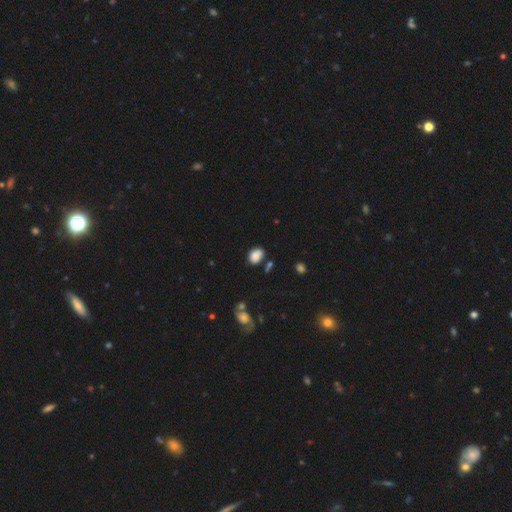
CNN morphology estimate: The model was most divided on "merging": none: 67%, minor disturbance: 21%, merger: 7%, major disturbance: 5%. More confident: smooth or featured — smooth (84%); how rounded — in between (74%).